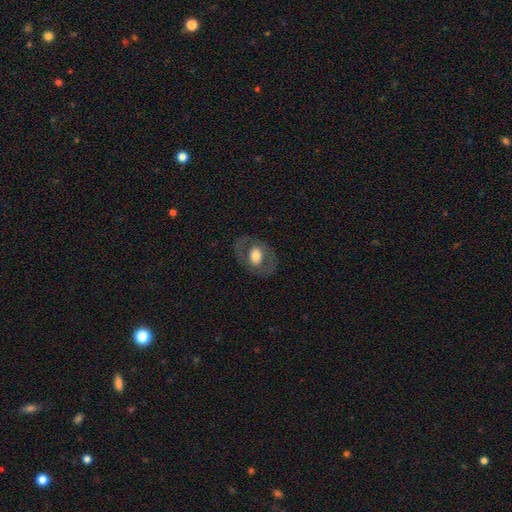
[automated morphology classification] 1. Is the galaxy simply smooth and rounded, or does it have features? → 51% smooth, 42% featured or disk, 7% star or artifact.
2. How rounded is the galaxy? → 62% in between, 37% round, 1% cigar-shaped.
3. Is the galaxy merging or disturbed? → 78% none, 12% minor disturbance, 8% major disturbance, 1% merger.